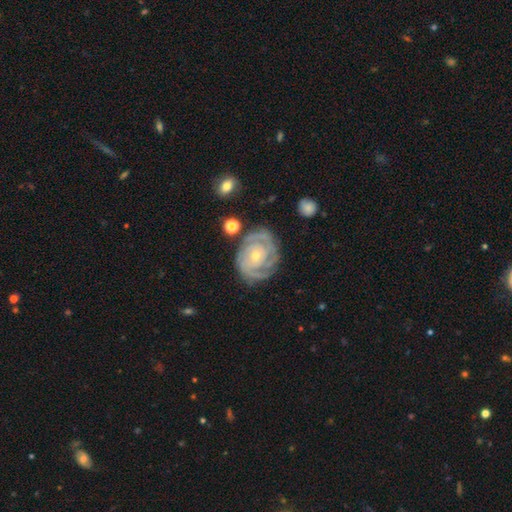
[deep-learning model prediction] This appears to be a featured or disk galaxy (87%) with no bar (72%), 2 (45%) tight (76%) spiral arms (96%) and a small central bulge (69%). Merging: none (74%).